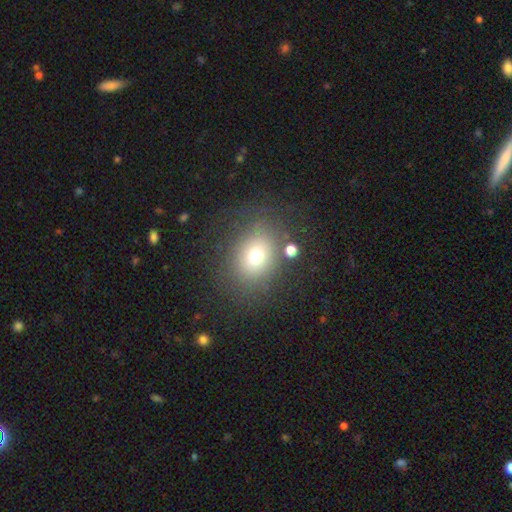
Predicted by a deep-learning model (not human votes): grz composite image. It shows a smooth galaxy with no disk features (69%) that is round (58%). Merging: none (72%).